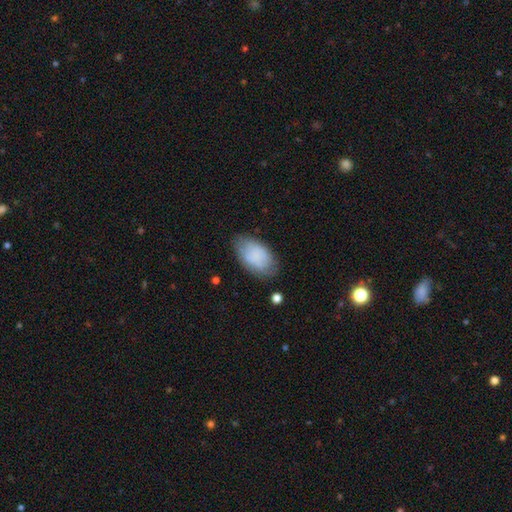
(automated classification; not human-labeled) Smooth or featured?
  - smooth: 80% *
  - featured or disk: 13%
  - star or artifact: 7%
How rounded?
  - in between: 93% *
  - round: 5%
  - cigar-shaped: 1%
Merging?
  - none: 73% *
  - minor disturbance: 20%
  - major disturbance: 5%
  - merger: 2%